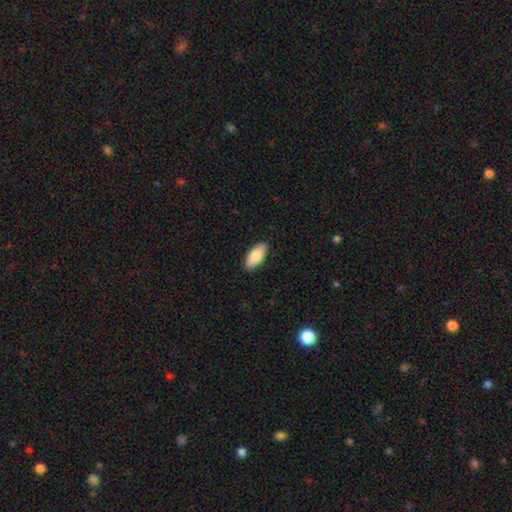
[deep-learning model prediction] smooth_or_featured: smooth (p=0.84) [alt: featured or disk p=0.10]
how_rounded: in between (p=0.90) [alt: cigar-shaped p=0.08]
merging: none (p=0.90) [alt: minor disturbance p=0.07]